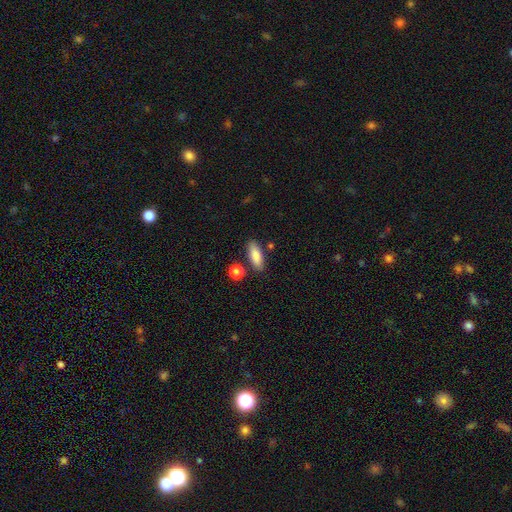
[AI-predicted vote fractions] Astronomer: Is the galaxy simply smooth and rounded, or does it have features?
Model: smooth — 84%.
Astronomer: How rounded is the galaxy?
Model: in between — 66%.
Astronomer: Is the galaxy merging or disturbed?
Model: none — 81%.